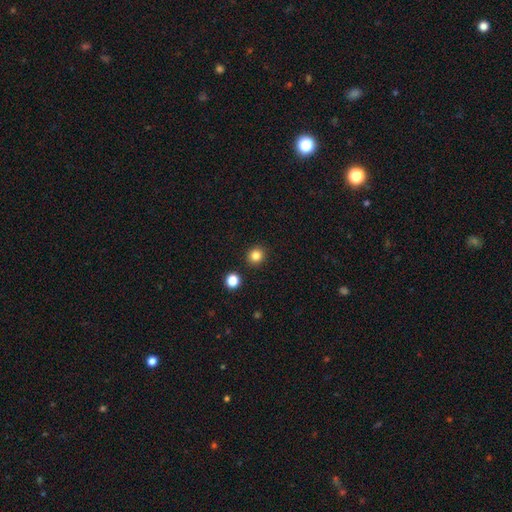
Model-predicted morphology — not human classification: Q: Smooth or featured?
A: smooth (84%); runner-up: star or artifact (12%)
Q: How rounded?
A: round (91%); runner-up: in between (8%)
Q: Merging?
A: none (91%); runner-up: minor disturbance (5%)